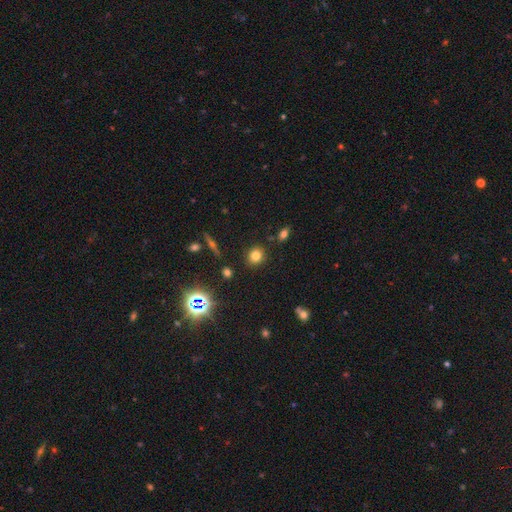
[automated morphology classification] A smooth galaxy with no disk features (75%) that is round (79%). Merging: none (86%).